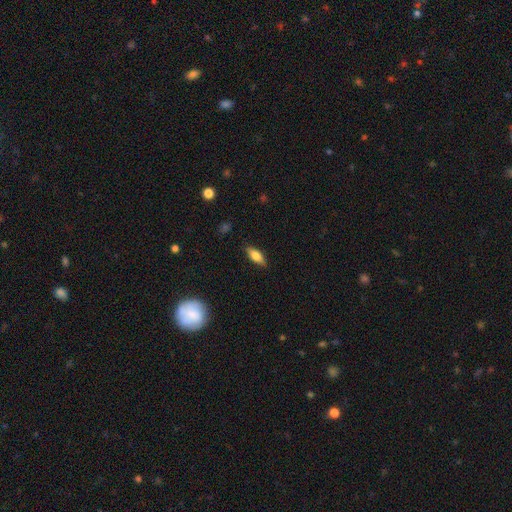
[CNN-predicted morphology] Q: Smooth or featured?
A: smooth (72%); runner-up: featured or disk (21%)
Q: How rounded?
A: in between (71%); runner-up: cigar-shaped (26%)
Q: Merging?
A: none (86%); runner-up: minor disturbance (11%)